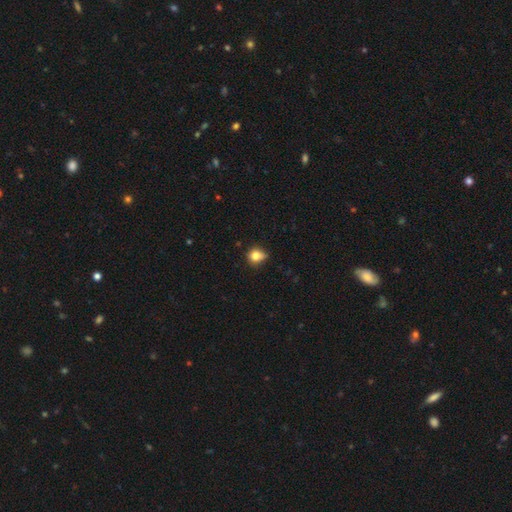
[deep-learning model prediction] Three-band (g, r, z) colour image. It shows a smooth galaxy with no disk features (80%) that is round (76%). Merging: none (57%).